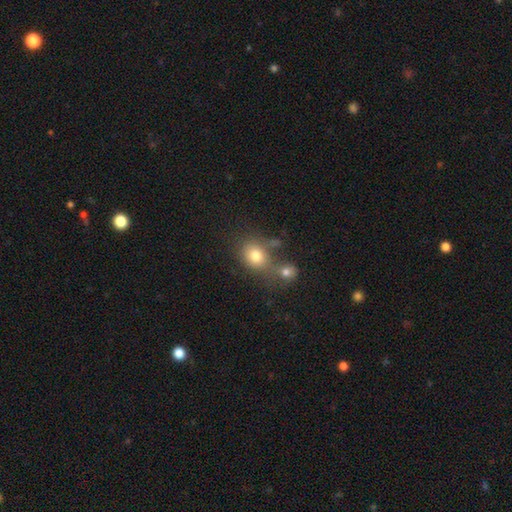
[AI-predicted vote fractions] A smooth galaxy with no disk features (78%) that is round (63%). Merging: none (43%).